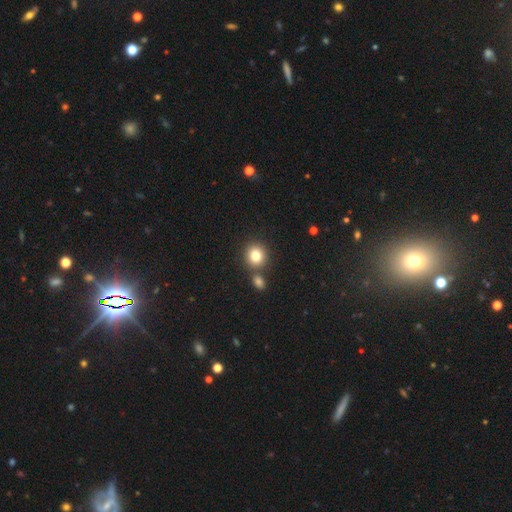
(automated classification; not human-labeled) This is clearly a smooth galaxy (81%). How rounded: clearly round (83%). Merging: likely none (70%).